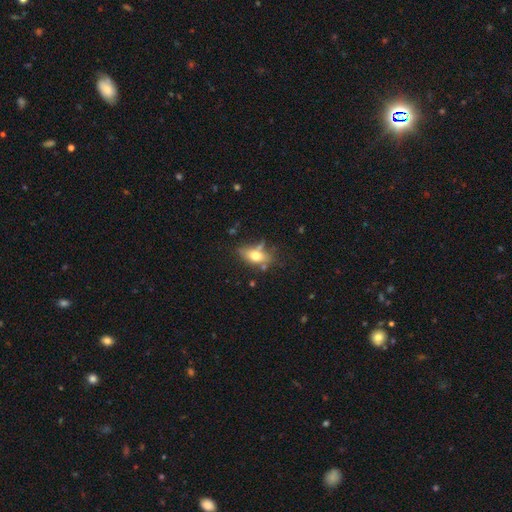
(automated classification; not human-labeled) Smooth or featured? Predicted: smooth (p=0.64). How rounded? Predicted: in between (p=0.78). Merging? Predicted: none (p=0.54).